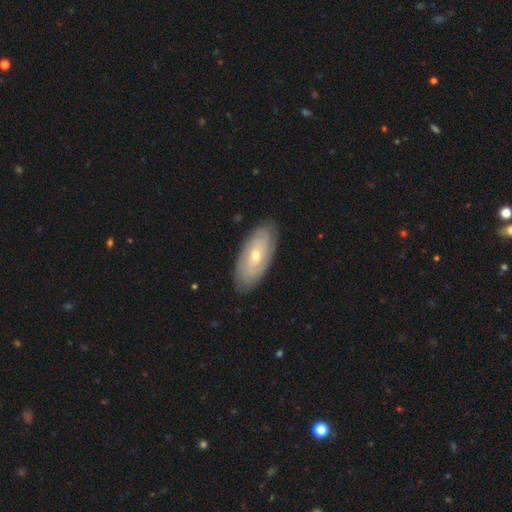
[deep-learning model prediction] Overall: featured or disk (70%). Edge-on disk: no (89%). Bar: no (70%). Spiral arms: yes (85%). Spiral arm count: can't tell (57%; 2 18%). Spiral winding: tight (75%). Bulge size: small (52%; moderate 44%). Merging: none (84%).